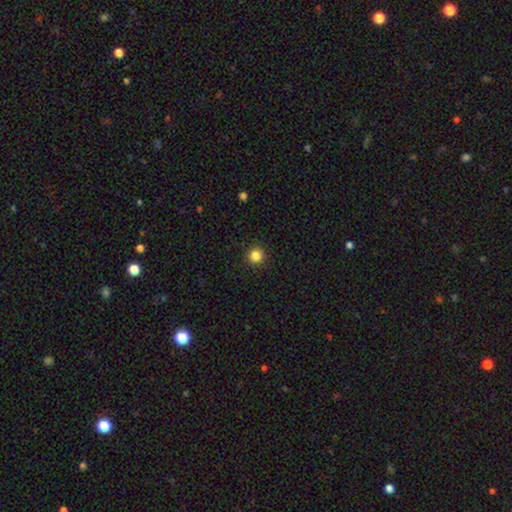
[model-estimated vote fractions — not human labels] smooth-or-featured: smooth: 85% | star or artifact: 12% | featured or disk: 4%
  how-rounded: round: 95% | in between: 4% | cigar-shaped: 1%
  merging: none: 92% | minor disturbance: 5% | major disturbance: 2% | merger: 1%